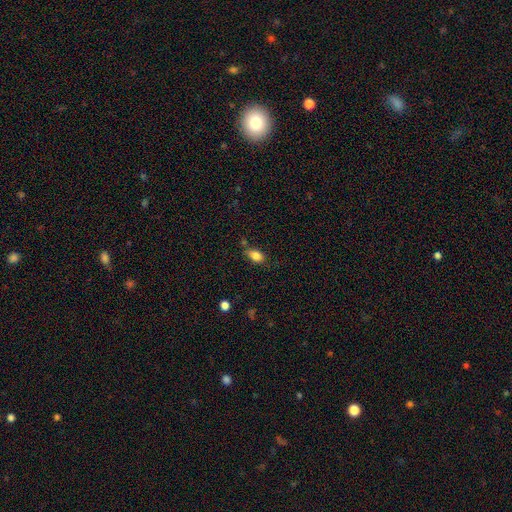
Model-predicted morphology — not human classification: Overall: smooth (84%). How rounded: in between (85%). Merging: none (67%).